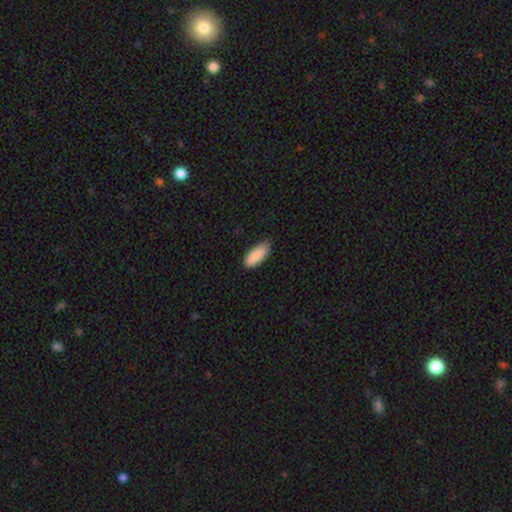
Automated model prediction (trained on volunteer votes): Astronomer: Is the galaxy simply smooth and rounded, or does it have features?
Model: smooth — 90%.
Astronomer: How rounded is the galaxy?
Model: in between — 86%.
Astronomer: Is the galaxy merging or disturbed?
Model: none — 75%.